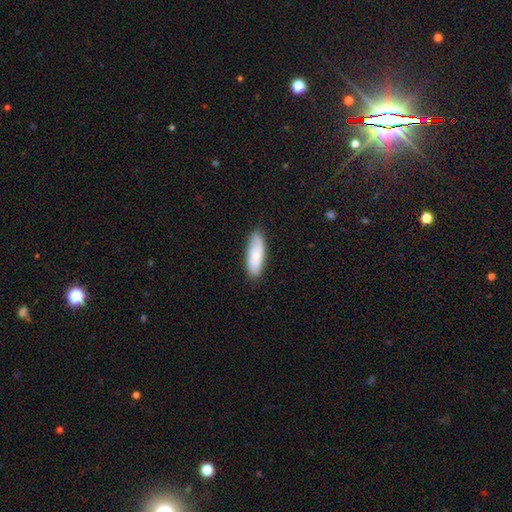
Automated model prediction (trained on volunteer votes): Morphology: type=smooth (67%); roundness=in between (62%); merging=none (83%).